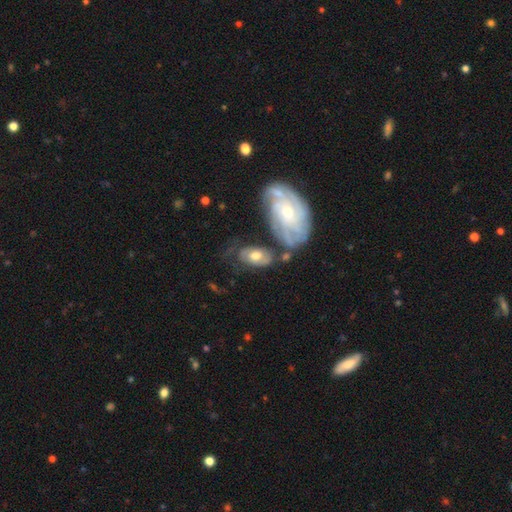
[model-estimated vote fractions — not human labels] Overall: featured or disk (54%; smooth 40%). Edge-on disk: no (92%). Merging: none (49%; minor disturbance 21%).